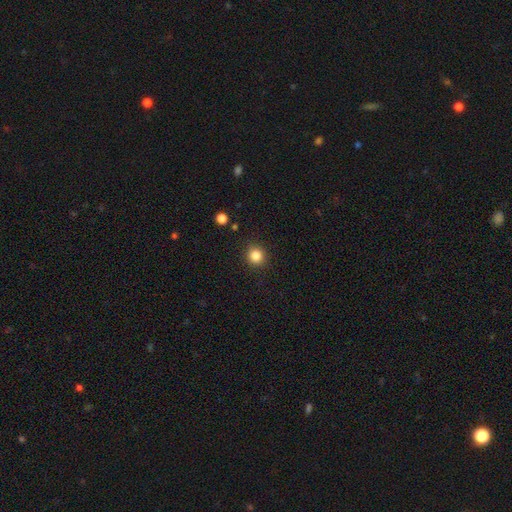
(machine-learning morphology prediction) Smooth or featured? smooth (84%)
How rounded? round (92%)
Merging? none (90%)